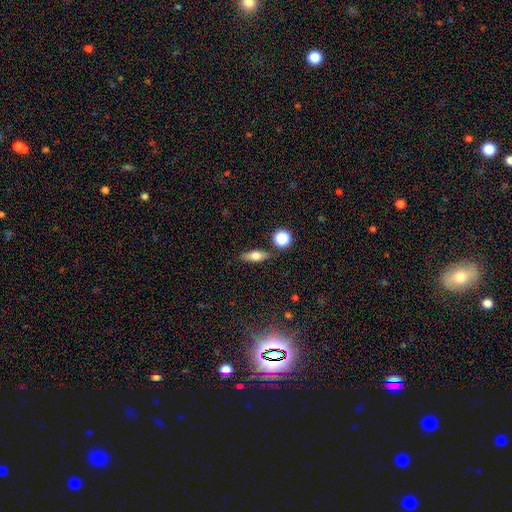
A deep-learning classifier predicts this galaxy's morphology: Smooth or featured?
  - smooth: 63% *
  - featured or disk: 27%
  - star or artifact: 10%
How rounded?
  - in between: 59% *
  - cigar-shaped: 32%
  - round: 9%
Merging?
  - none: 81% *
  - minor disturbance: 11%
  - merger: 5%
  - major disturbance: 3%